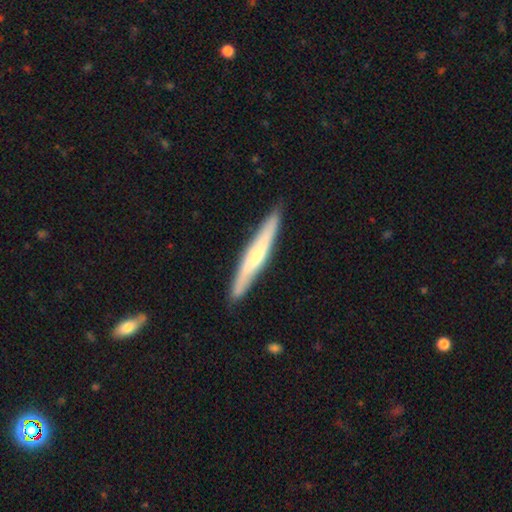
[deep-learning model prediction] Morphology: type=featured or disk (57%); edge-on=yes (92%); edge-on bulge=rounded (56%); merging=none (87%).